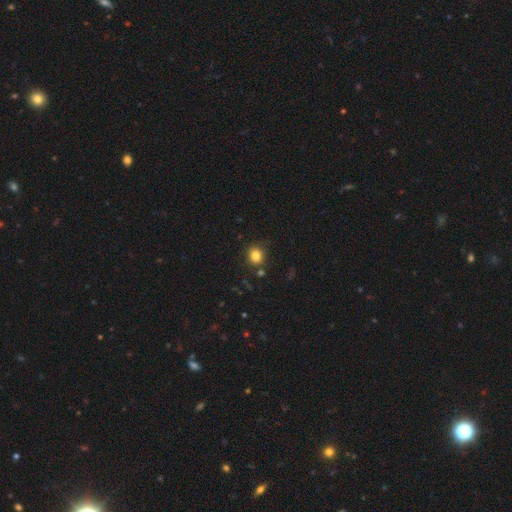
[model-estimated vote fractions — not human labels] Smooth or featured: smooth — 82% (star or artifact — 12%)
How rounded: round — 81% (in between — 18%)
Merging: none — 81% (minor disturbance — 11%)